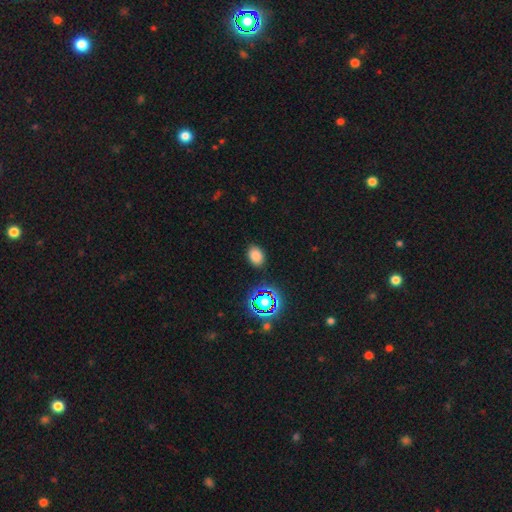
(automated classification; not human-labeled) Smooth or featured? smooth (76%)
How rounded? in between (74%)
Merging? none (86%)